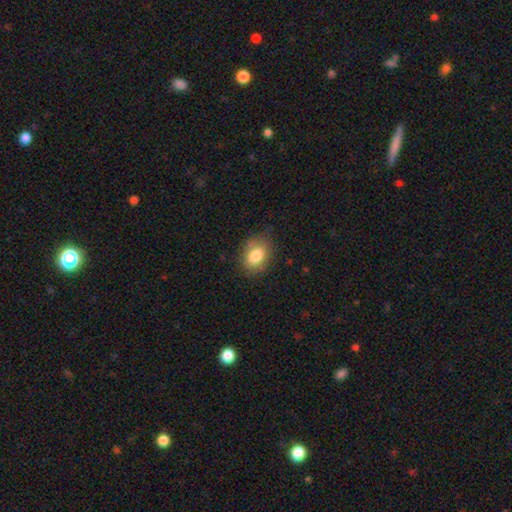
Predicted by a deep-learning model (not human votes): Smooth or featured? Predicted: smooth (p=0.82). How rounded? Predicted: in between (p=0.76). Merging? Predicted: none (p=0.76).